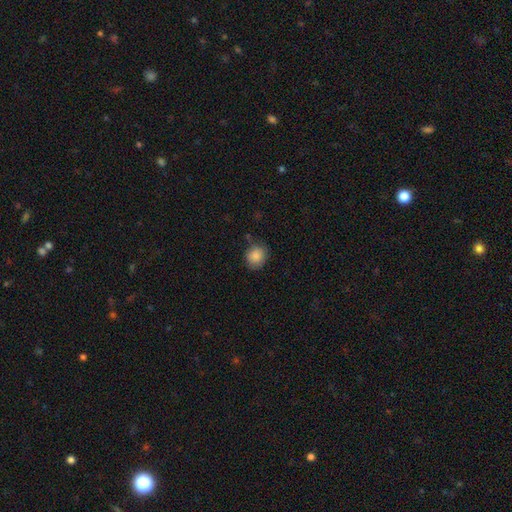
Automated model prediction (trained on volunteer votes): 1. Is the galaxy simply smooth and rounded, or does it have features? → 87% smooth, 8% star or artifact, 5% featured or disk.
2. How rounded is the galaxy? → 78% round, 21% in between, 1% cigar-shaped.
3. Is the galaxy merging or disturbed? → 80% none, 15% minor disturbance, 3% major disturbance, 2% merger.